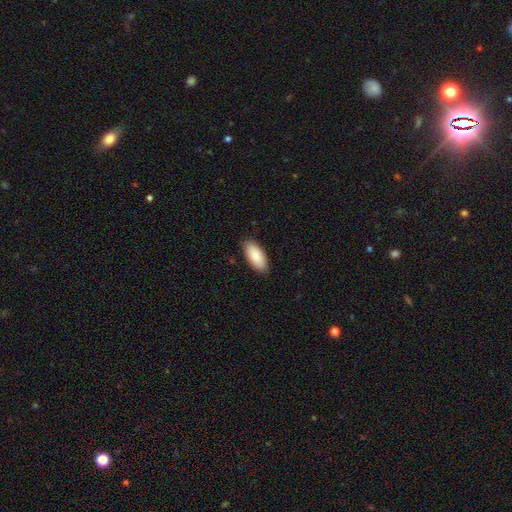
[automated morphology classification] Smooth or featured?
  - smooth: 87% *
  - featured or disk: 8%
  - star or artifact: 6%
How rounded?
  - in between: 89% *
  - cigar-shaped: 10%
  - round: 2%
Merging?
  - none: 88% *
  - minor disturbance: 10%
  - major disturbance: 2%
  - merger: 1%